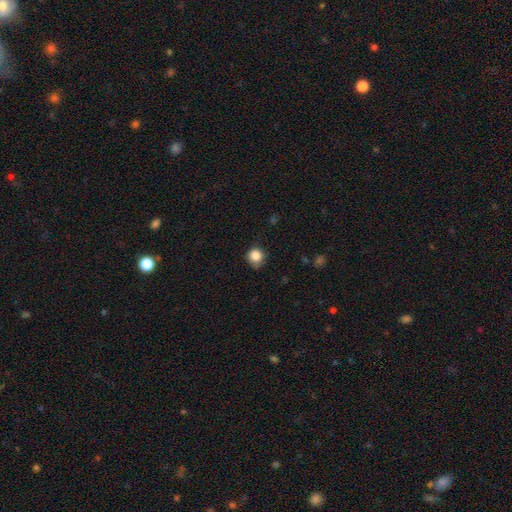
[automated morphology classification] smooth-or-featured: smooth: 84% | star or artifact: 10% | featured or disk: 5%
  how-rounded: round: 88% | in between: 11% | cigar-shaped: 1%
  merging: none: 69% | minor disturbance: 24% | major disturbance: 5% | merger: 1%